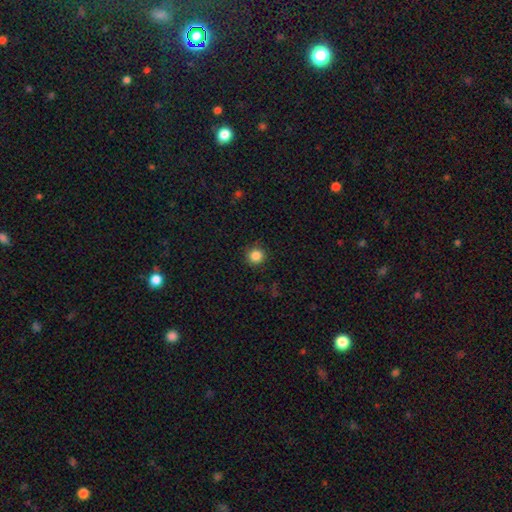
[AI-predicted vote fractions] smooth 85%, star or artifact 11%, featured or disk 4%. Down the decision tree: how rounded — round (93%); merging — none (89%).